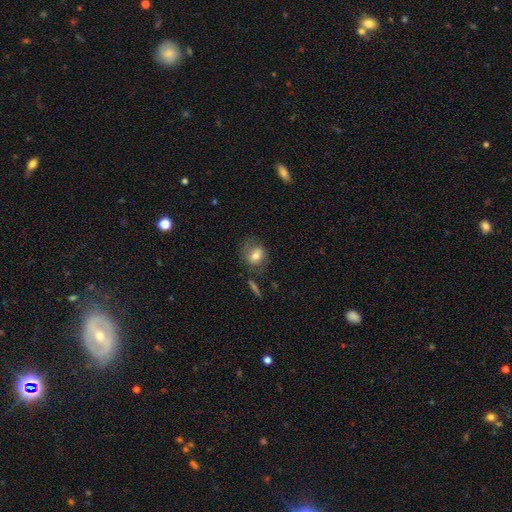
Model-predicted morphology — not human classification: Smooth or featured?
  - smooth: 68% *
  - featured or disk: 23%
  - star or artifact: 9%
How rounded?
  - round: 52% *
  - in between: 47%
  - cigar-shaped: 2%
Merging?
  - none: 59% *
  - minor disturbance: 22%
  - major disturbance: 13%
  - merger: 6%